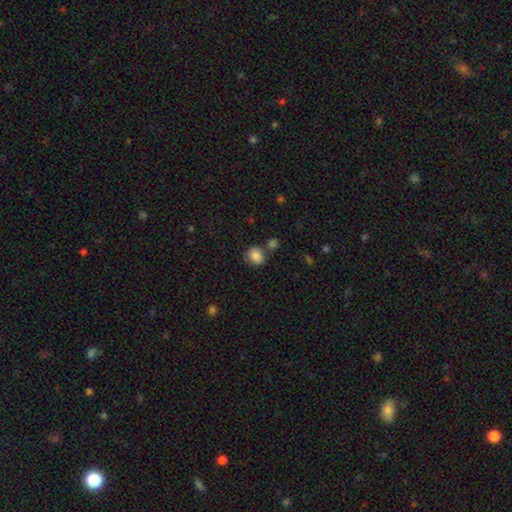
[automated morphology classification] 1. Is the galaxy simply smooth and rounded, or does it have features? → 85% smooth, 9% star or artifact, 6% featured or disk.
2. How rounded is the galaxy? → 70% round, 30% in between, 1% cigar-shaped.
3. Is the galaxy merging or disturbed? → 65% none, 16% merger, 15% minor disturbance, 5% major disturbance.